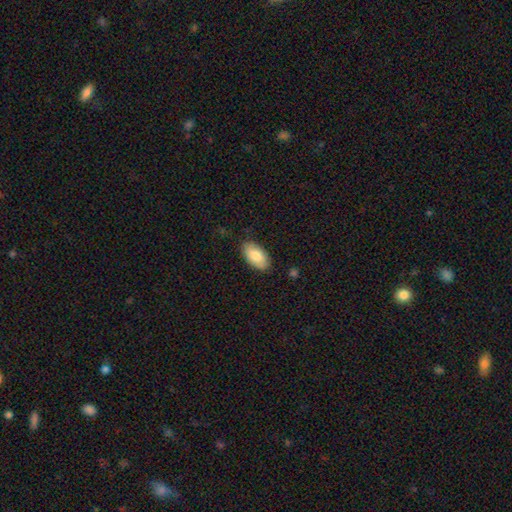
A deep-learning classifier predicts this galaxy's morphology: Smooth or featured? smooth (84%)
How rounded? in between (95%)
Merging? none (85%)